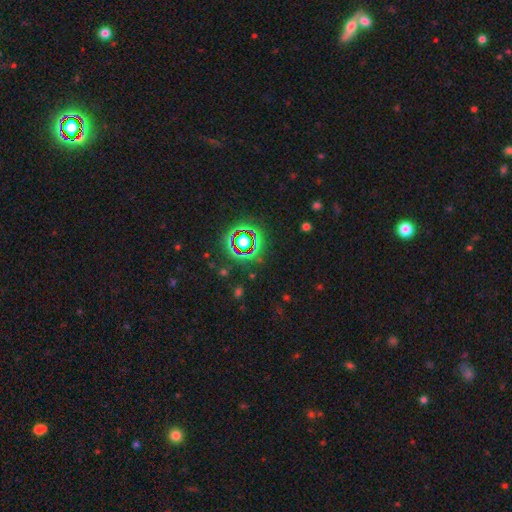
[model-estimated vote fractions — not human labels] The model was most divided on "smooth or featured": star or artifact: 64%, smooth: 24%, featured or disk: 12%.